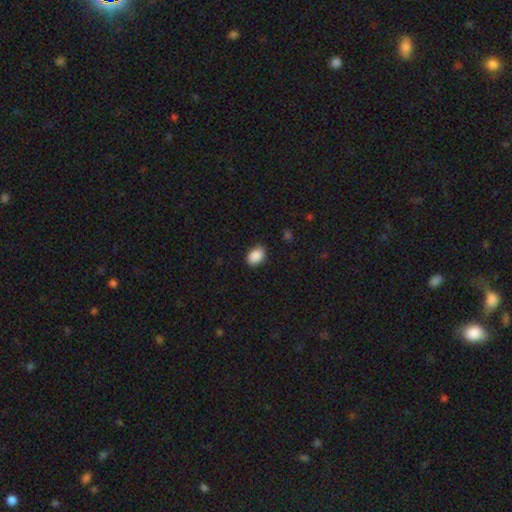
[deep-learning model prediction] smooth 89%, star or artifact 8%, featured or disk 3%. Down the decision tree: how rounded — in between (81%); merging — none (85%).